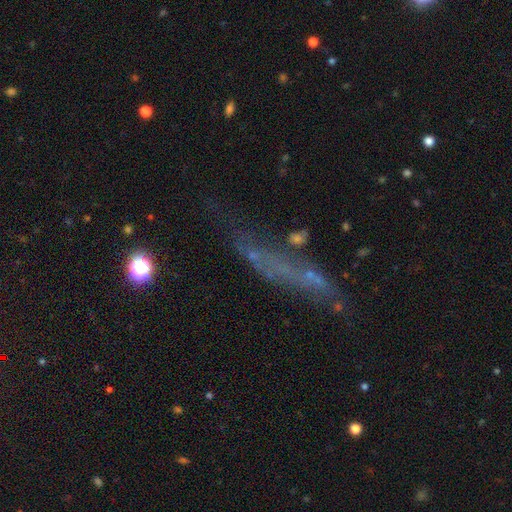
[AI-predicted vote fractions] smooth-or-featured: featured or disk: 37% | star or artifact: 32% | smooth: 30%
  merging: none: 50% | major disturbance: 20% | minor disturbance: 18% | merger: 12%